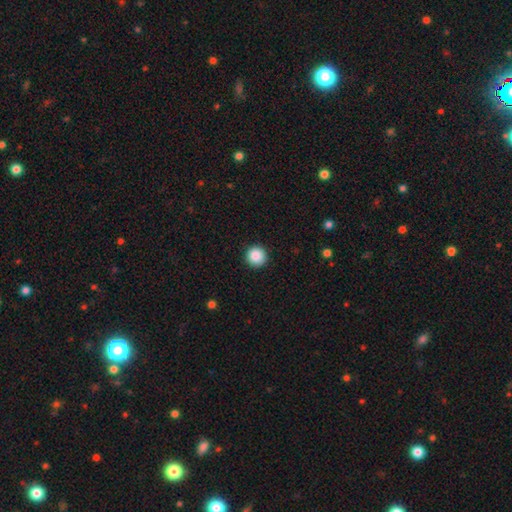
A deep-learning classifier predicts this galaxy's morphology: Smooth or featured? Predicted: smooth (p=0.88). How rounded? Predicted: round (p=0.96). Merging? Predicted: none (p=0.92).